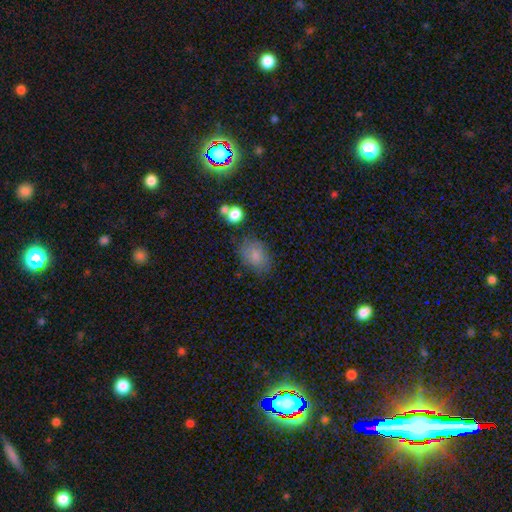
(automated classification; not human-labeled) A smooth galaxy with no disk features (80%) that is in between round and cigar-shaped (74%).

Vote fractions:
- Smooth or featured? smooth: 80% / featured or disk: 10% / star or artifact: 9%
- How rounded? in between: 74% / round: 25% / cigar-shaped: 1%
- Merging? none: 68% / minor disturbance: 20% / major disturbance: 7% / merger: 5%